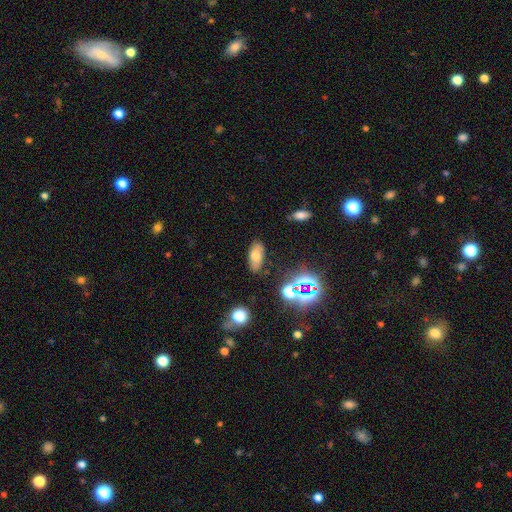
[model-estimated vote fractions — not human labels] A smooth galaxy with no disk features (60%) that is in between round and cigar-shaped (84%).

Vote fractions:
- Smooth or featured? smooth: 60% / star or artifact: 21% / featured or disk: 19%
- How rounded? in between: 84% / cigar-shaped: 11% / round: 5%
- Merging? none: 82% / minor disturbance: 12% / major disturbance: 3% / merger: 3%